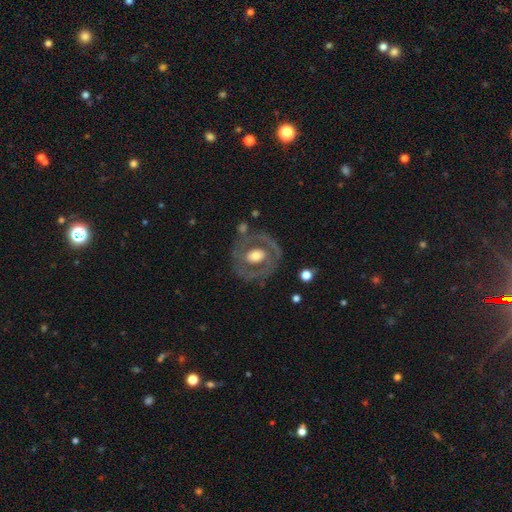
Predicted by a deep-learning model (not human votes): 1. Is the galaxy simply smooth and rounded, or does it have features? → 64% featured or disk, 31% smooth, 6% star or artifact.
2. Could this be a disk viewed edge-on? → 96% no, 4% yes.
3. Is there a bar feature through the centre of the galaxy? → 73% no, 19% weak, 8% strong.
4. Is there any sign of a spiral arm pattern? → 70% no, 30% yes.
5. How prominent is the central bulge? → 56% moderate, 32% large, 9% small, 2% dominant, 2% none.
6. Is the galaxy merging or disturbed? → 69% none, 17% minor disturbance, 11% major disturbance, 3% merger.